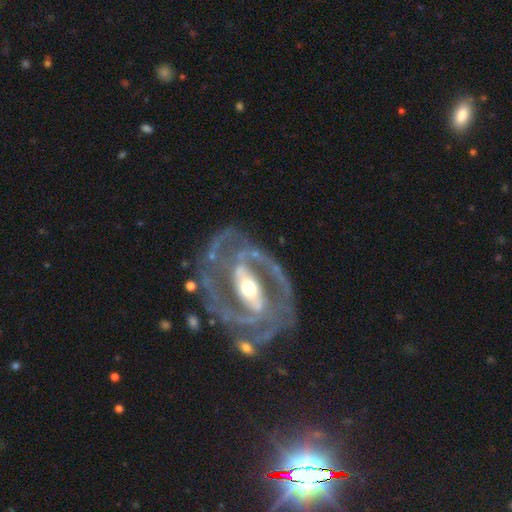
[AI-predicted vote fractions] featured or disk 91%, star or artifact 5%, smooth 3%. Down the decision tree: edge-on disk — no (96%); bar — strong (63%); spiral arms — yes (97%); spiral arm count — 2 (74%); spiral winding — tight (51%); bulge size — moderate (55%); merging — none (70%).